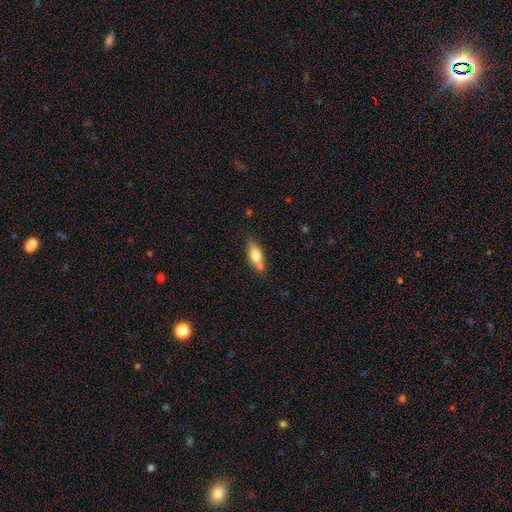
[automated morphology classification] smooth-or-featured: smooth: 69% | featured or disk: 23% | star or artifact: 7%
  how-rounded: in between: 74% | cigar-shaped: 21% | round: 5%
  merging: none: 58% | merger: 20% | minor disturbance: 18% | major disturbance: 4%